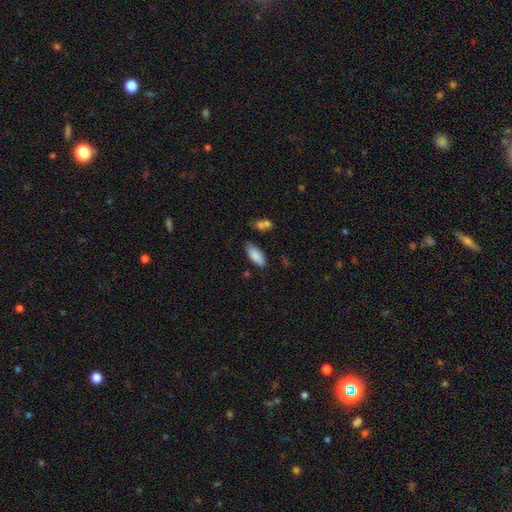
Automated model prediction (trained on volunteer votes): A smooth galaxy with no disk features (86%) that is in between round and cigar-shaped (84%). Merging: none (73%).